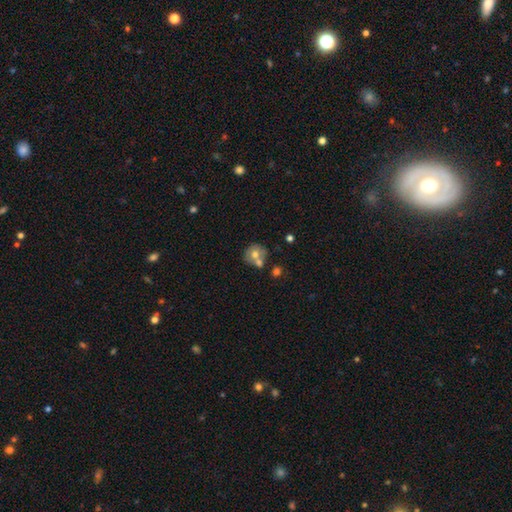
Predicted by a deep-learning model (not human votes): Morphology: type=smooth (64%); roundness=round (77%); merging=none (43%).